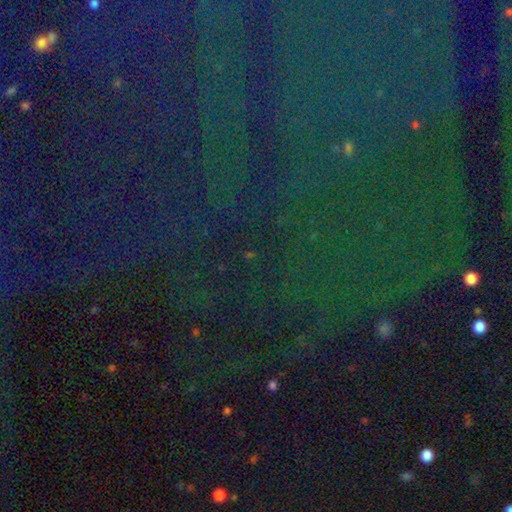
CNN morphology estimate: This appears to be a star or artifact, not a galaxy (82%).